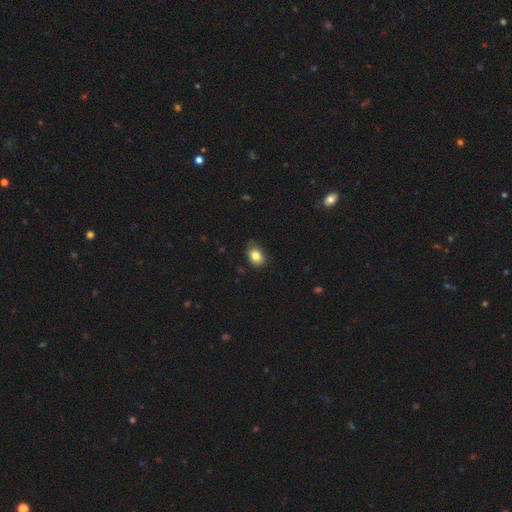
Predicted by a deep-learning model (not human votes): Q: Smooth or featured?
A: smooth (82%); runner-up: star or artifact (9%)
Q: How rounded?
A: in between (66%); runner-up: round (33%)
Q: Merging?
A: none (75%); runner-up: minor disturbance (21%)